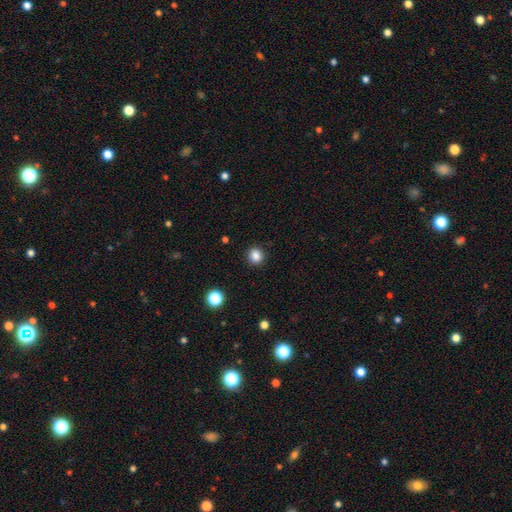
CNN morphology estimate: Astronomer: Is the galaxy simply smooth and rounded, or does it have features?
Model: smooth — 85%.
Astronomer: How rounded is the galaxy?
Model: round — 88%.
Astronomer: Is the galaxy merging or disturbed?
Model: none — 91%.